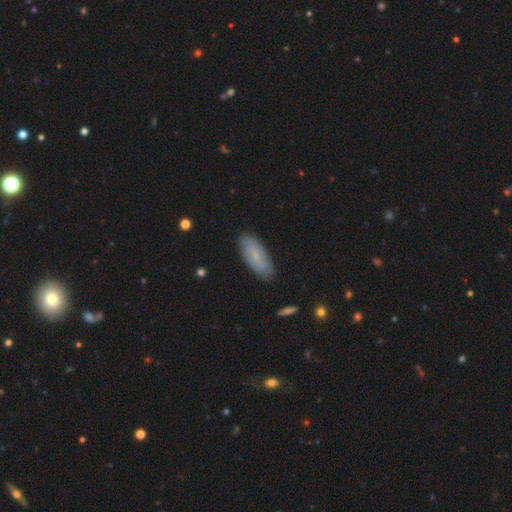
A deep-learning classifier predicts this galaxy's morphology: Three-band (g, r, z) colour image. It shows a smooth galaxy with no disk features (58%) that is in between round and cigar-shaped (77%). Merging: none (84%).